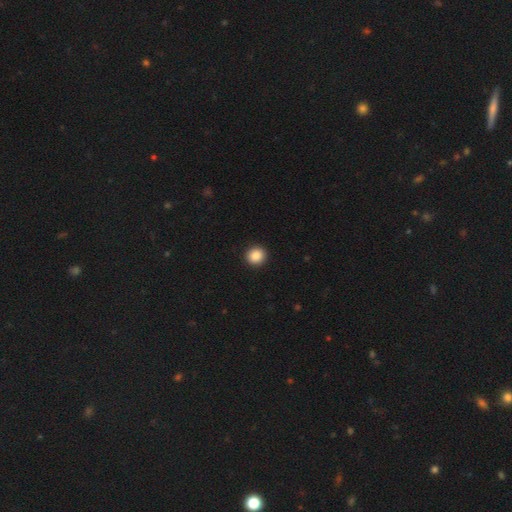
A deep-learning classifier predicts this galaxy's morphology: Smooth or featured? Predicted: smooth (p=0.88). How rounded? Predicted: round (p=0.92). Merging? Predicted: none (p=0.93).